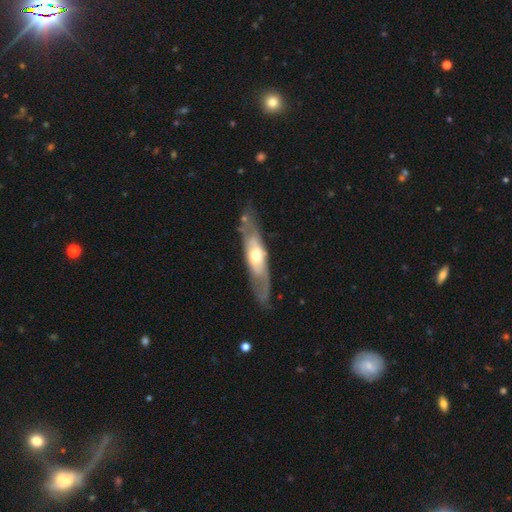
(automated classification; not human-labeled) The model was most divided on "edge-on disk": no: 59%, yes: 41%. More confident: merging — none (71%); smooth or featured — featured or disk (65%).